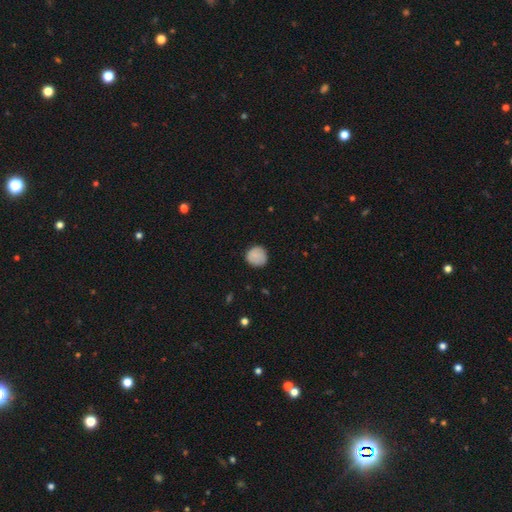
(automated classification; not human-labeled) A smooth galaxy with no disk features (85%) that is round (92%). Merging: none (86%).